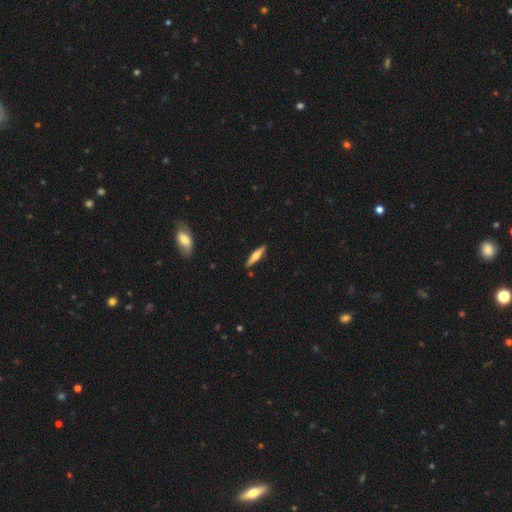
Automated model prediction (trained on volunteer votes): This is possibly a smooth galaxy (48%). Merging: clearly none (89%).